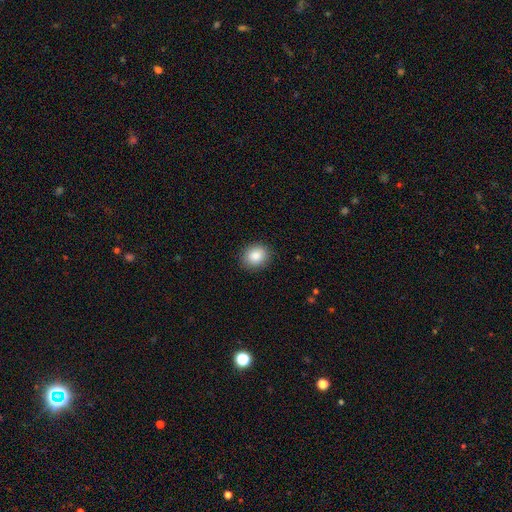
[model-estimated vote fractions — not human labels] A smooth galaxy with no disk features (87%) that is round (64%).

Vote fractions:
- Smooth or featured? smooth: 87% / star or artifact: 8% / featured or disk: 4%
- How rounded? round: 64% / in between: 35% / cigar-shaped: 1%
- Merging? none: 88% / minor disturbance: 8% / major disturbance: 2% / merger: 1%